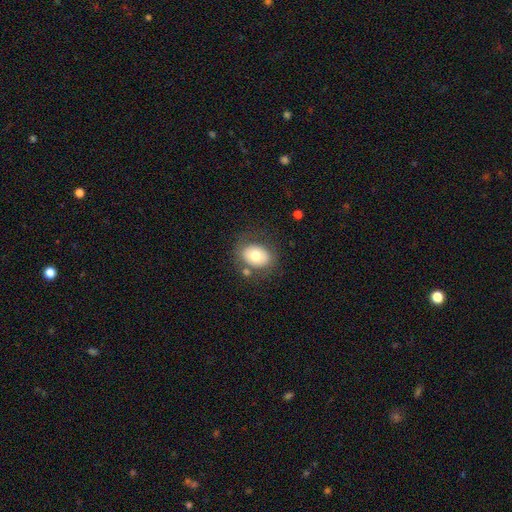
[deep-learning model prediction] smooth-or-featured: smooth: 71% | featured or disk: 21% | star or artifact: 8%
  how-rounded: in between: 62% | round: 37% | cigar-shaped: 1%
  merging: none: 73% | minor disturbance: 15% | merger: 7% | major disturbance: 6%